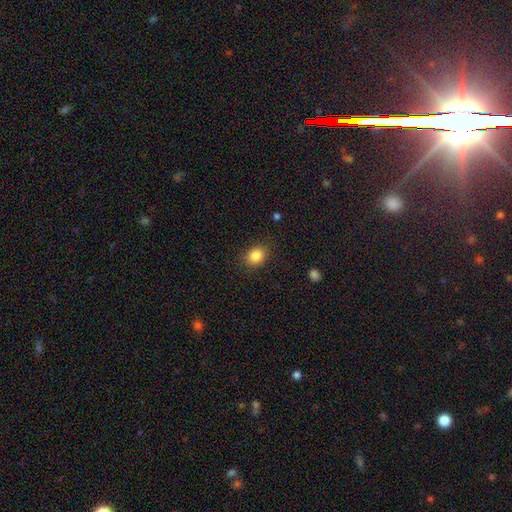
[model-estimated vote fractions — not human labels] This is clearly a smooth galaxy (85%). How rounded: possibly round (52%). Merging: clearly none (85%).